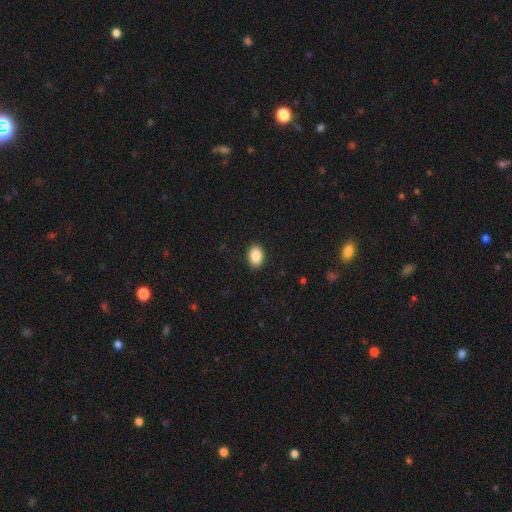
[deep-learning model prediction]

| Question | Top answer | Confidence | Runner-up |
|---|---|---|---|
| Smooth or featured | smooth | 88% | star or artifact (8%) |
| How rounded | in between | 80% | round (19%) |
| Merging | none | 91% | minor disturbance (6%) |